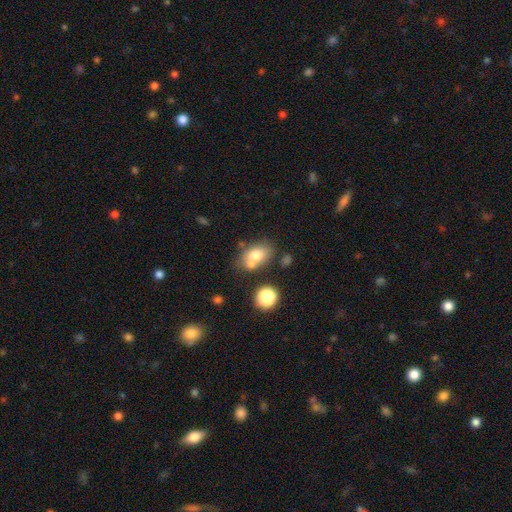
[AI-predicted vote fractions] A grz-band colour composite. It shows a smooth galaxy with no disk features (72%) that is in between round and cigar-shaped (73%). Merging: none (51%).